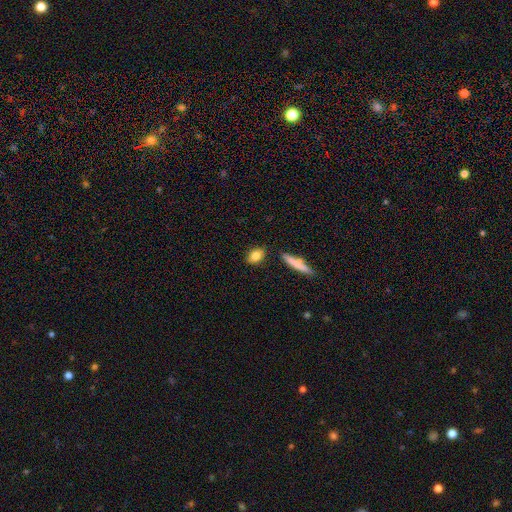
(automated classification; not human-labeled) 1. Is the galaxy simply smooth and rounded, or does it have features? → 80% smooth, 12% featured or disk, 8% star or artifact.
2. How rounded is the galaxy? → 74% in between, 17% round, 8% cigar-shaped.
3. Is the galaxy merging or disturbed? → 84% none, 10% minor disturbance, 4% merger, 2% major disturbance.